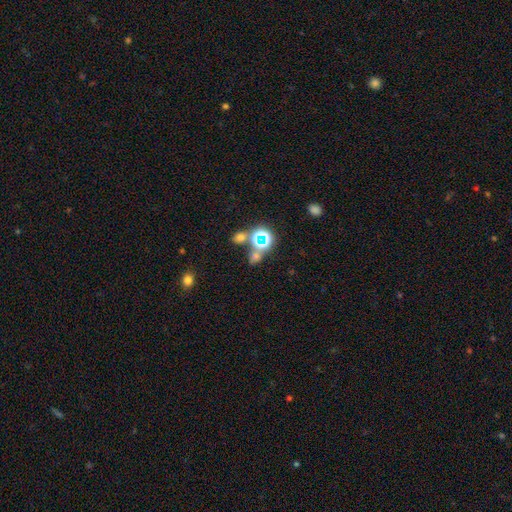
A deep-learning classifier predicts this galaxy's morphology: This appears to be a star or artifact, not a galaxy (49%).